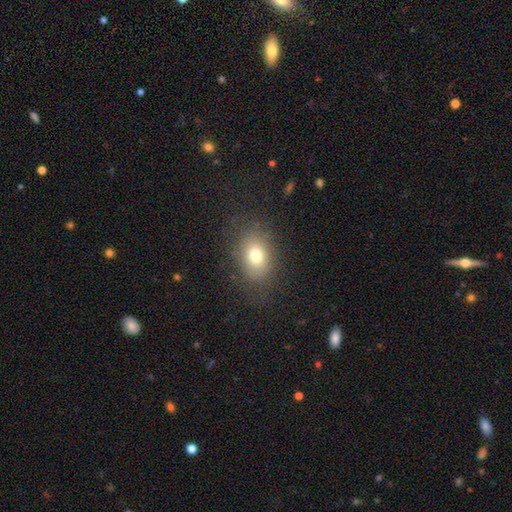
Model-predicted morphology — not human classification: Smooth or featured?
  - smooth: 75% *
  - featured or disk: 13%
  - star or artifact: 12%
How rounded?
  - in between: 72% *
  - round: 27%
  - cigar-shaped: 1%
Merging?
  - none: 81% *
  - minor disturbance: 12%
  - major disturbance: 6%
  - merger: 1%